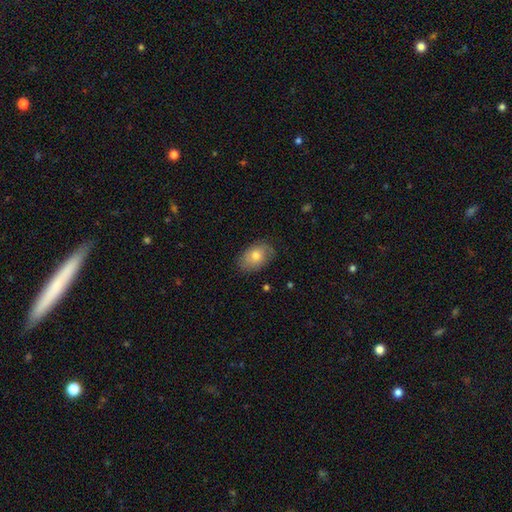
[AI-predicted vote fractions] smooth 68%, featured or disk 25%, star or artifact 7%. Down the decision tree: how rounded — in between (85%); merging — none (75%).